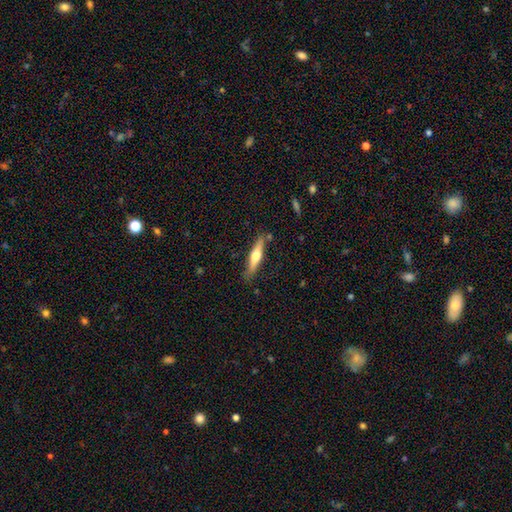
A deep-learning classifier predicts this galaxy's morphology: A featured or disk galaxy (52%) viewed edge-on (95%).

Vote fractions:
- Smooth or featured? featured or disk: 52% / smooth: 43% / star or artifact: 5%
- Edge-on disk? yes: 95% / no: 5%
- Merging? none: 82% / minor disturbance: 12% / merger: 3% / major disturbance: 2%